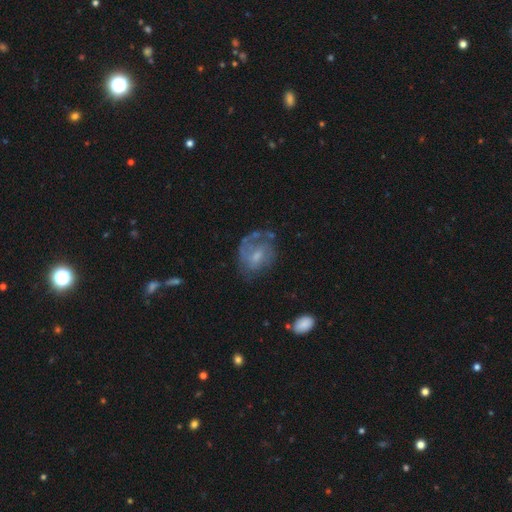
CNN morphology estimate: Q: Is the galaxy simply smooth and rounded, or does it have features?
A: featured or disk — 62%.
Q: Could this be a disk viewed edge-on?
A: no — 97%.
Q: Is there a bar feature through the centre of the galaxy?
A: no — 48%.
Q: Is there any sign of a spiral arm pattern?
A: yes — 70%.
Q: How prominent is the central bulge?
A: small — 41%.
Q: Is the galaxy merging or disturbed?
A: none — 48%.